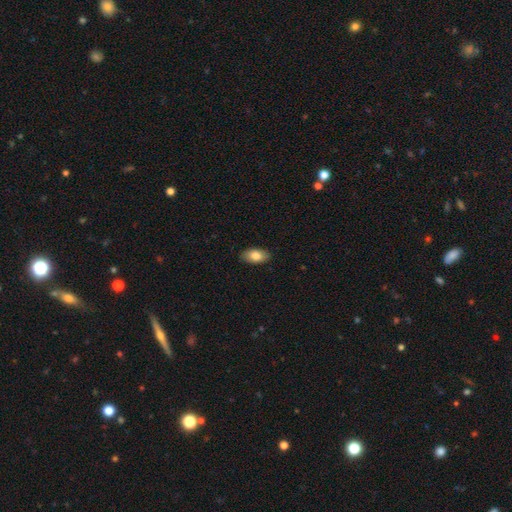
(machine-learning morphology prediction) type=smooth (82%); roundness=in between (93%); merging=none (88%).